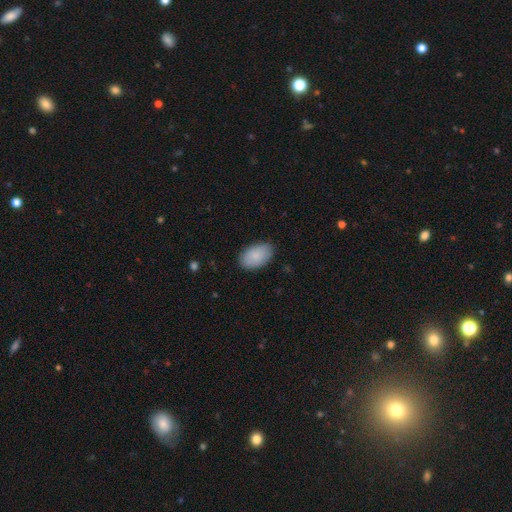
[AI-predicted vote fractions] Smooth or featured?
  - smooth: 87% *
  - featured or disk: 8%
  - star or artifact: 6%
How rounded?
  - in between: 94% *
  - round: 5%
  - cigar-shaped: 1%
Merging?
  - none: 84% *
  - minor disturbance: 13%
  - major disturbance: 2%
  - merger: 1%